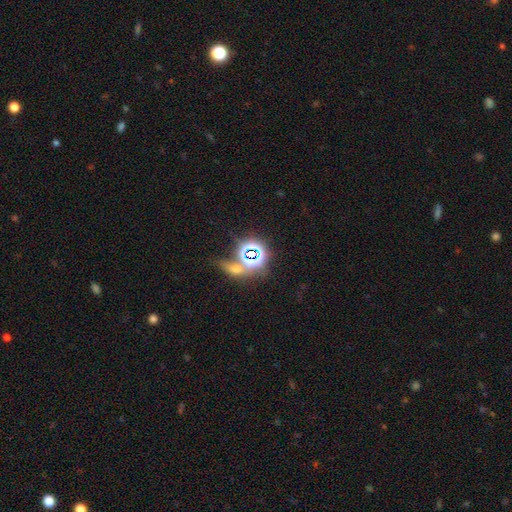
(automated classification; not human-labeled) Smooth or featured? Predicted: star or artifact (p=0.68).